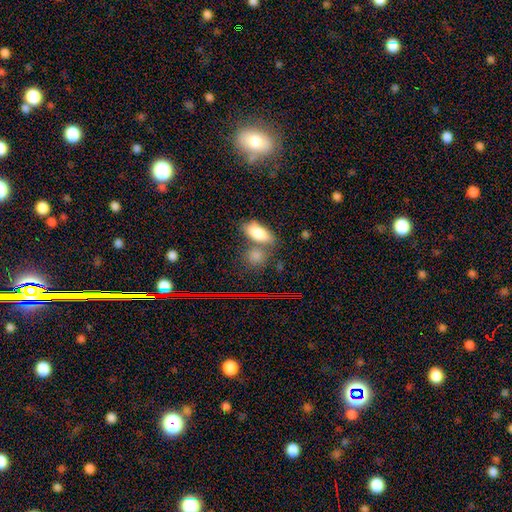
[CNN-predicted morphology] type=smooth (72%); roundness=in between (72%); merging=none (54%).